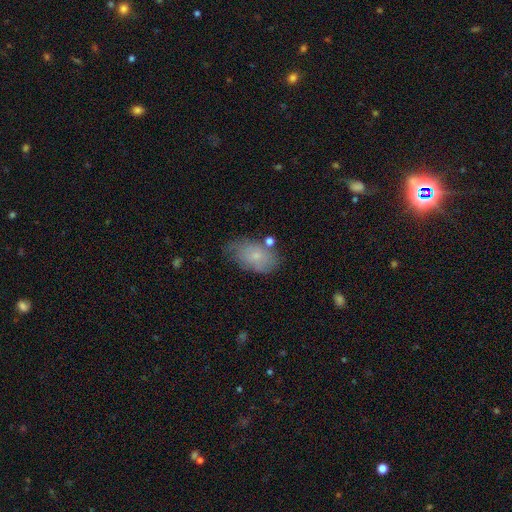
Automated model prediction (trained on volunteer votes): This appears to be a smooth galaxy with no disk features (68%) that is in between round and cigar-shaped (91%). Merging: none (55%).